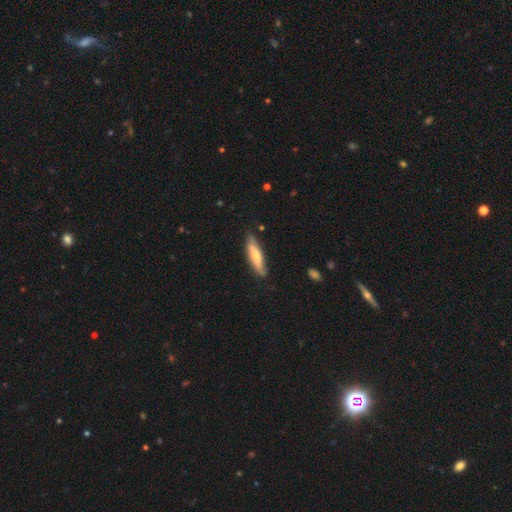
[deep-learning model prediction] A smooth galaxy with no disk features (60%) that is cigar-shaped (72%). Merging: none (76%).